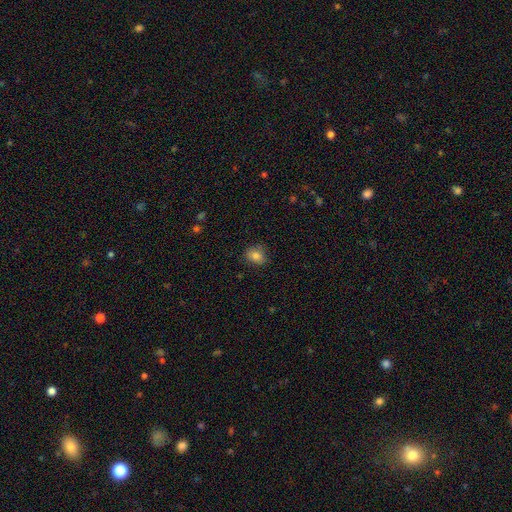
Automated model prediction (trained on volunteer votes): Smooth or featured?
  - smooth: 82% *
  - star or artifact: 11%
  - featured or disk: 7%
How rounded?
  - in between: 50% *
  - round: 49%
  - cigar-shaped: 1%
Merging?
  - none: 79% *
  - minor disturbance: 16%
  - major disturbance: 3%
  - merger: 1%